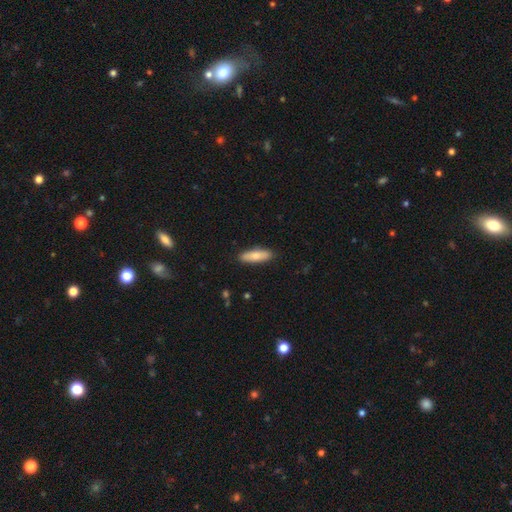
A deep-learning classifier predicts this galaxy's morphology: Smooth or featured: smooth — 79% (featured or disk — 16%)
How rounded: cigar-shaped — 53% (in between — 45%)
Merging: none — 88% (minor disturbance — 9%)